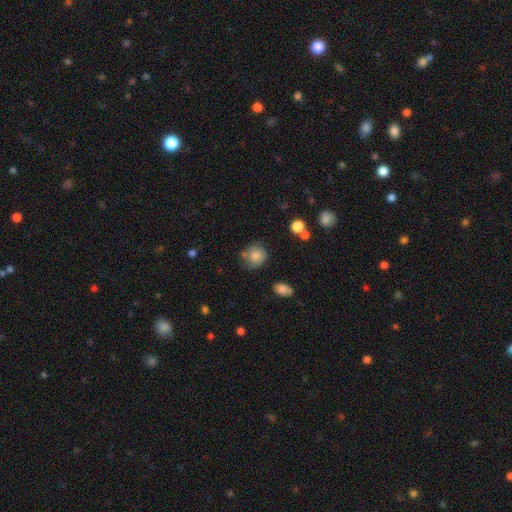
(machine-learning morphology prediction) Overall: smooth (81%). How rounded: round (83%). Merging: none (65%).